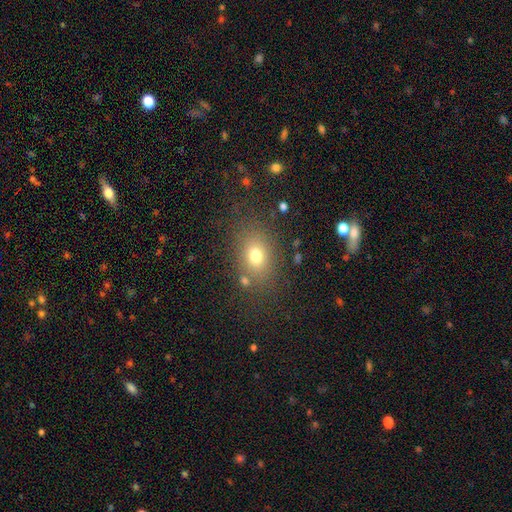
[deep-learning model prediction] A smooth galaxy with no disk features (73%) that is in between round and cigar-shaped (65%). Merging: none (77%).